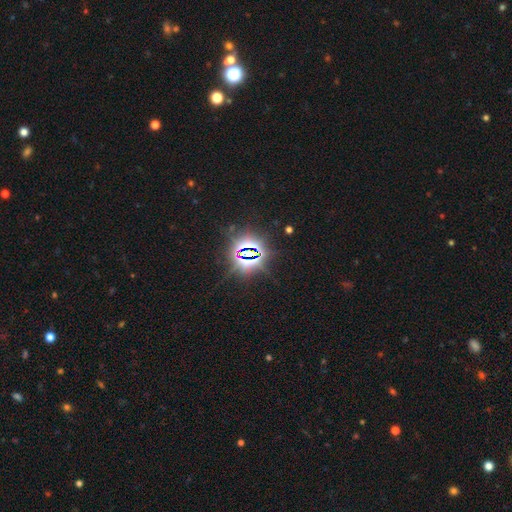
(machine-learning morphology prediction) Smooth or featured? Predicted: star or artifact (p=0.83).